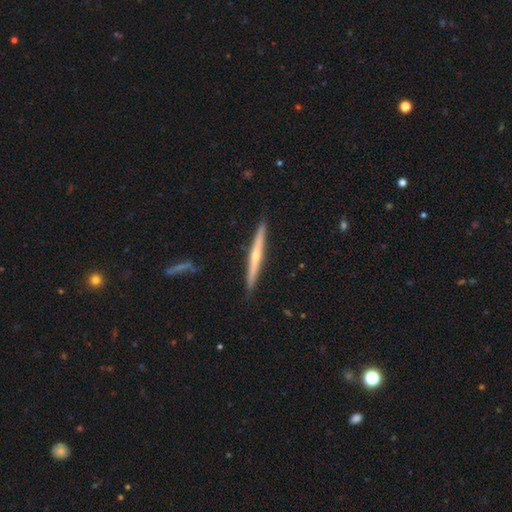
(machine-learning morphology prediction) A featured or disk galaxy (69%) viewed edge-on (97%) with a rounded central bulge (73%).

Vote fractions:
- Smooth or featured? featured or disk: 69% / smooth: 25% / star or artifact: 6%
- Edge-on disk? yes: 97% / no: 3%
- Edge-on bulge? rounded: 73% / none: 24% / boxy: 3%
- Merging? none: 91% / minor disturbance: 6% / merger: 1% / major disturbance: 1%